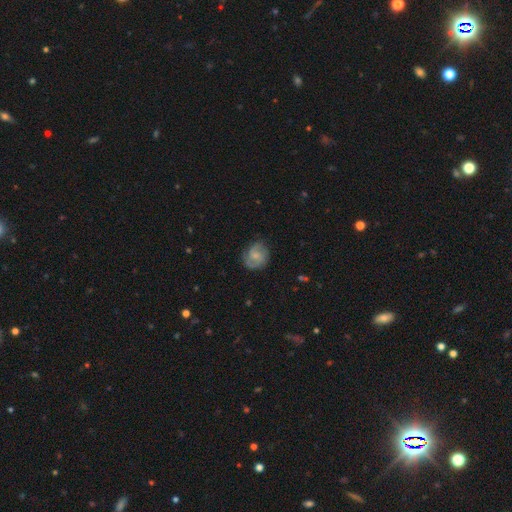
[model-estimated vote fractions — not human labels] Smooth or featured?
  - featured or disk: 57% *
  - smooth: 36%
  - star or artifact: 7%
Edge-on disk?
  - no: 98% *
  - yes: 2%
Bar?
  - no: 63% *
  - weak: 33%
  - strong: 5%
Spiral arms?
  - yes: 88% *
  - no: 12%
Bulge size?
  - small: 50% *
  - moderate: 30%
  - none: 16%
  - large: 3%
  - dominant: 1%
Merging?
  - none: 74% *
  - minor disturbance: 18%
  - major disturbance: 6%
  - merger: 1%